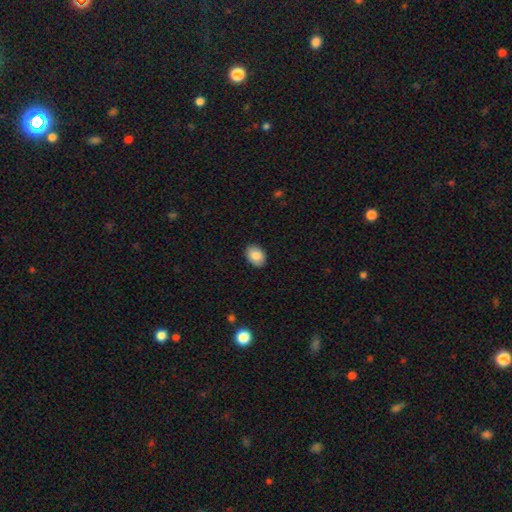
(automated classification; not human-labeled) This appears to be a smooth galaxy with no disk features (85%) that is in between round and cigar-shaped (79%). Merging: none (89%).